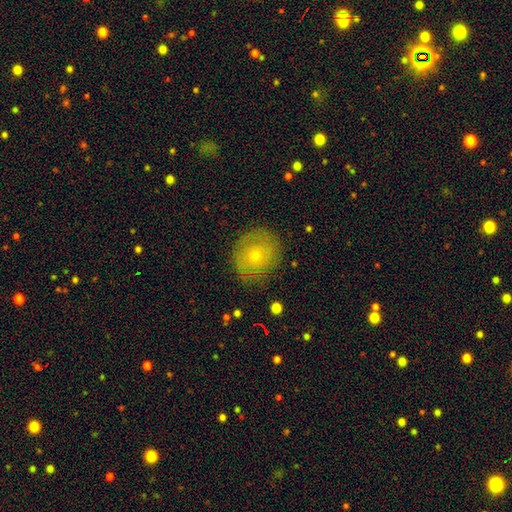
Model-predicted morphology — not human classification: Smooth or featured? Predicted: smooth (p=0.57). How rounded? Predicted: round (p=0.81). Merging? Predicted: none (p=0.81).